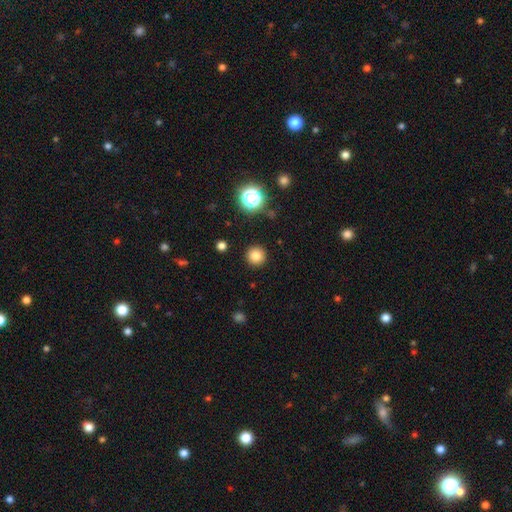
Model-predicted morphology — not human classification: A smooth galaxy with no disk features (81%) that is round (96%). Merging: none (92%).